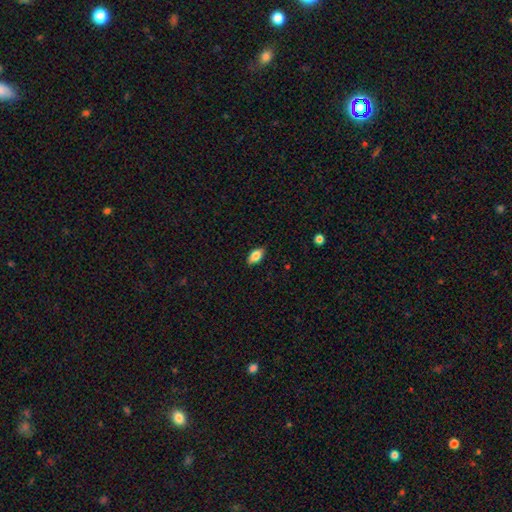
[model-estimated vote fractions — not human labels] smooth-or-featured: smooth: 82% | featured or disk: 11% | star or artifact: 7%
  how-rounded: in between: 90% | round: 5% | cigar-shaped: 5%
  merging: none: 87% | minor disturbance: 10% | major disturbance: 2% | merger: 1%